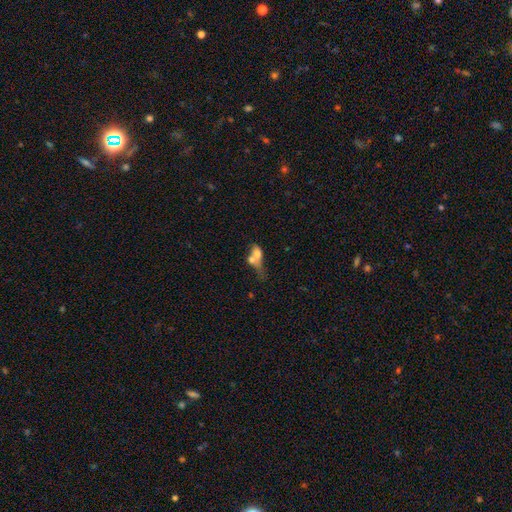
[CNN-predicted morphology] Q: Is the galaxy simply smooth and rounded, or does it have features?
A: smooth — 61%.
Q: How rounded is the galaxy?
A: in between — 64%.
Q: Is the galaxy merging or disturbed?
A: merger — 61%.